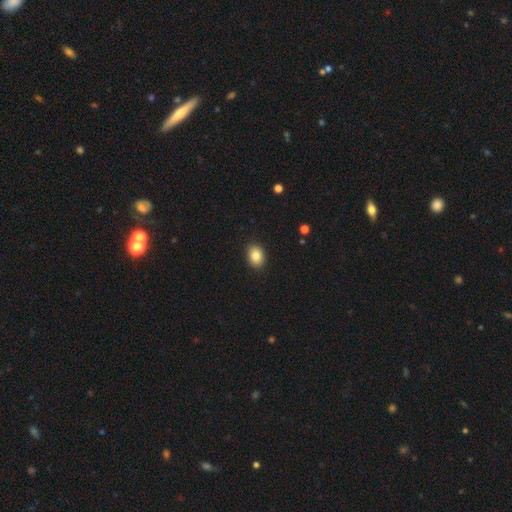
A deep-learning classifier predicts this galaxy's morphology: Q: Smooth or featured?
A: smooth (85%); runner-up: star or artifact (9%)
Q: How rounded?
A: in between (65%); runner-up: round (34%)
Q: Merging?
A: none (89%); runner-up: minor disturbance (8%)